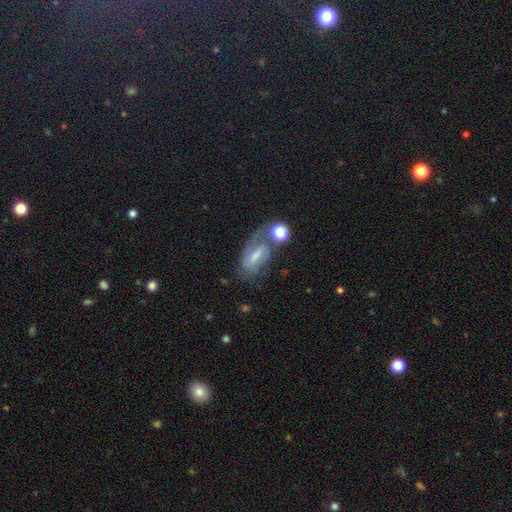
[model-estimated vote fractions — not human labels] smooth_or_featured: featured or disk (p=0.54) [alt: smooth p=0.36]
disk_edge_on: no (p=0.90) [alt: yes p=0.10]
merging: none (p=0.47) [alt: minor disturbance p=0.22]